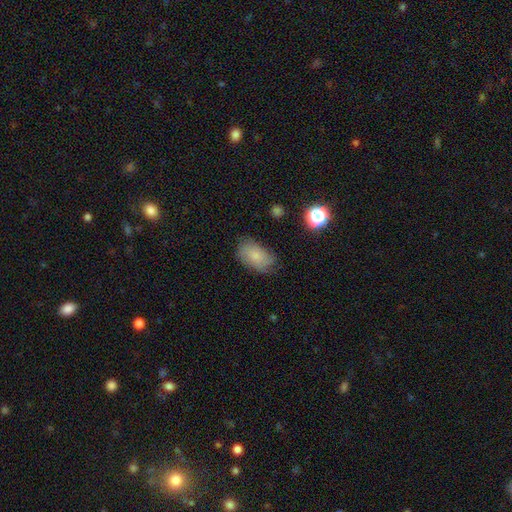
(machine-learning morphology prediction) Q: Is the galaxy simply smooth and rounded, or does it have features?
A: smooth — 70%.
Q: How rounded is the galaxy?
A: in between — 90%.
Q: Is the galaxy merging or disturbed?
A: none — 70%.